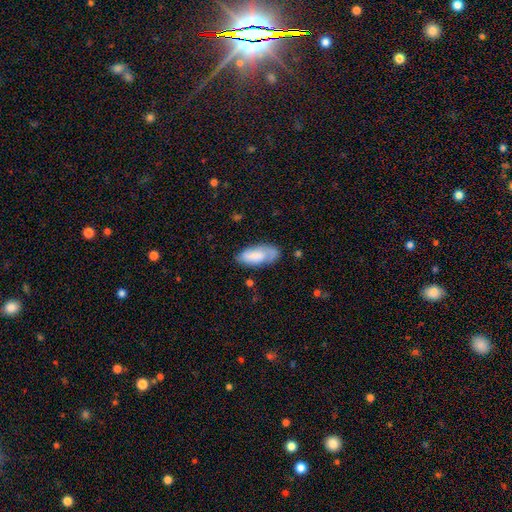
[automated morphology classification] This is likely a smooth galaxy (67%). How rounded: clearly in between (88%). Merging: possibly none (59%).